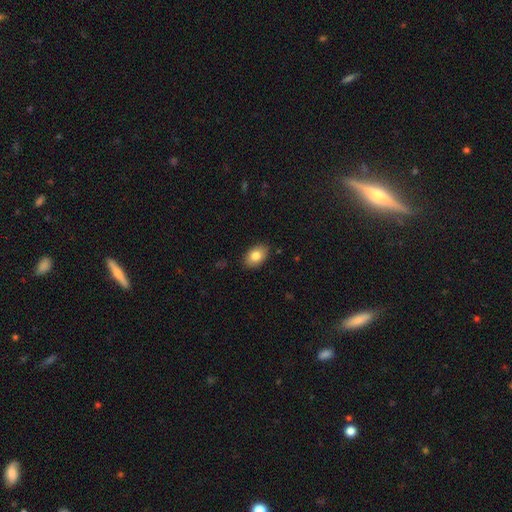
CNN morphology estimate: Overall: smooth (83%). How rounded: in between (87%). Merging: none (86%).